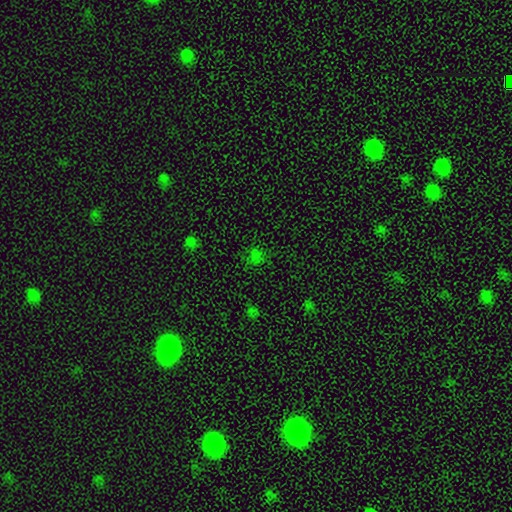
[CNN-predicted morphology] The model was most divided on "smooth or featured": star or artifact: 49%, smooth: 45%, featured or disk: 7%.